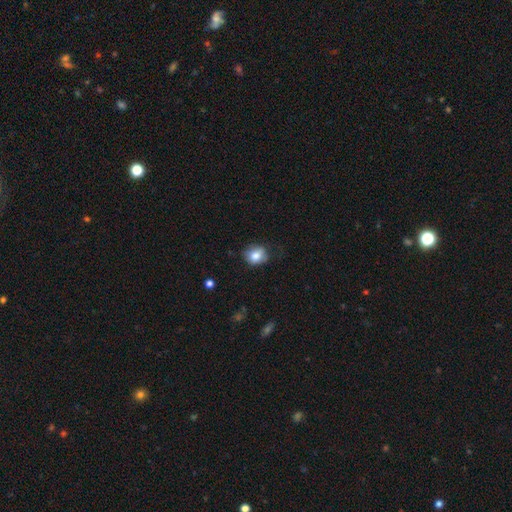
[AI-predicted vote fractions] Smooth or featured? Predicted: smooth (p=0.80). How rounded? Predicted: round (p=0.64). Merging? Predicted: none (p=0.67).